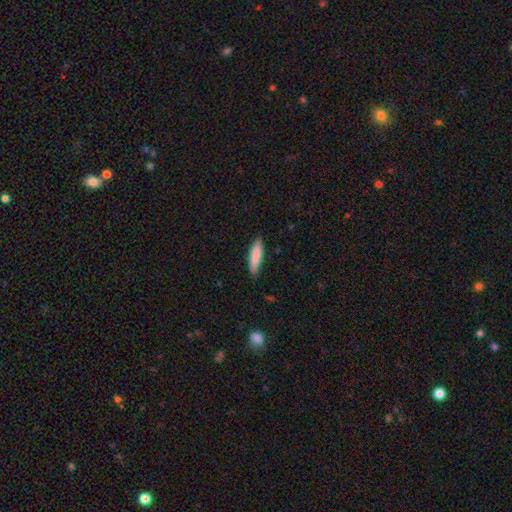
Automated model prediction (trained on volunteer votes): Overall: smooth (84%). How rounded: cigar-shaped (76%). Merging: none (83%).